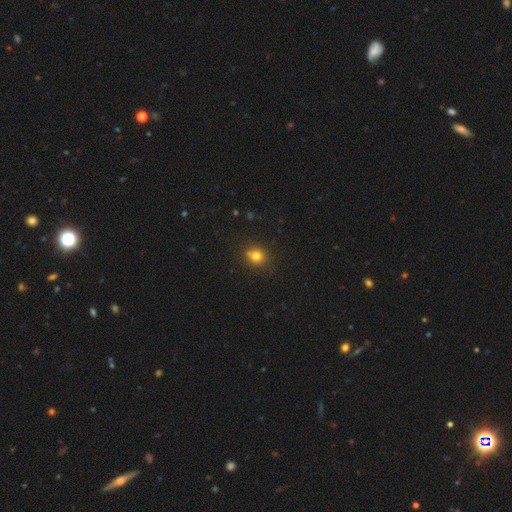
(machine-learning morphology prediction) Smooth or featured? smooth (77%)
How rounded? round (80%)
Merging? none (70%)